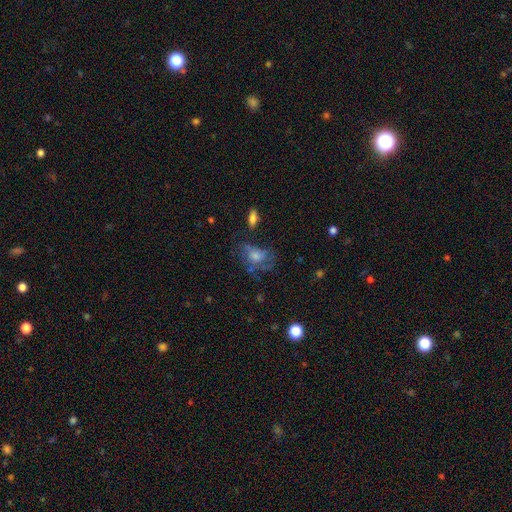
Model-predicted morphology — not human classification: smooth_or_featured: featured or disk (p=0.45) [alt: smooth p=0.37]
merging: none (p=0.48) [alt: major disturbance p=0.24]